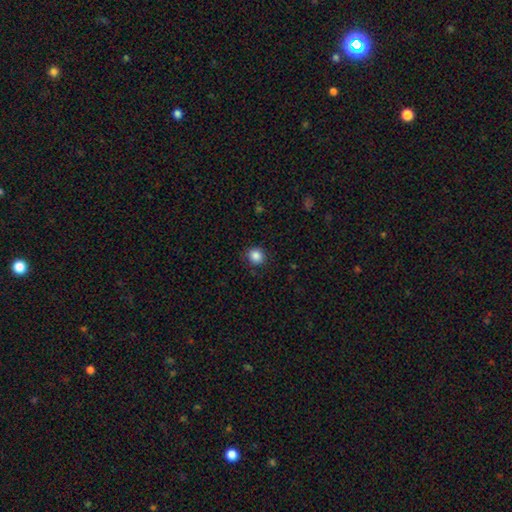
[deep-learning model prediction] Morphology: type=smooth (86%); roundness=round (88%); merging=none (86%).